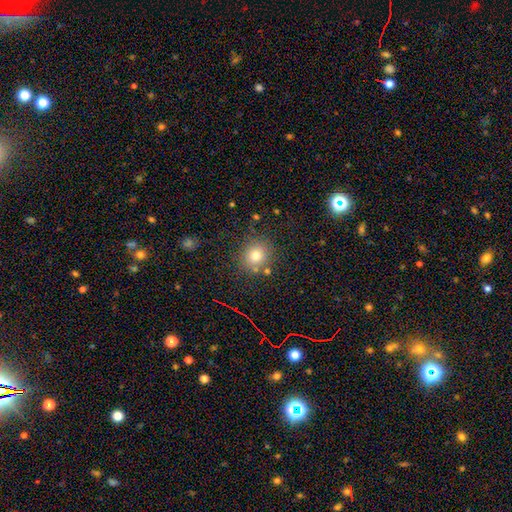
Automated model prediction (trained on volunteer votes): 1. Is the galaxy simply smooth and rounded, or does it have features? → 75% smooth, 15% star or artifact, 10% featured or disk.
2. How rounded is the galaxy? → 85% round, 14% in between, 1% cigar-shaped.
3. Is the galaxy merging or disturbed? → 79% none, 10% minor disturbance, 7% merger, 4% major disturbance.